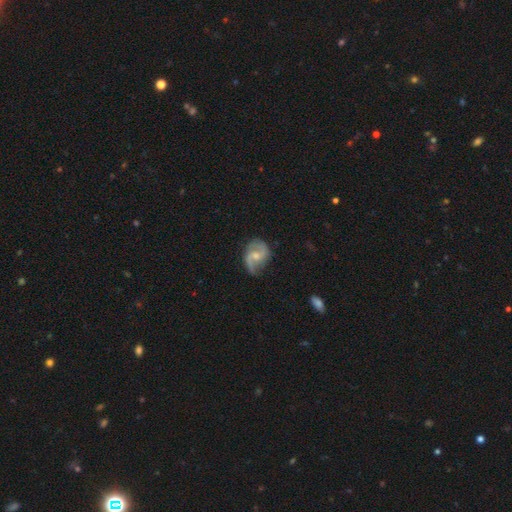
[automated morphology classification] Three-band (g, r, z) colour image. It shows a featured or disk galaxy (84%) with a weak bar (49%), 2 (89%) medium (46%) spiral arms (96%) and a small central bulge (46%). Merging: none (67%).